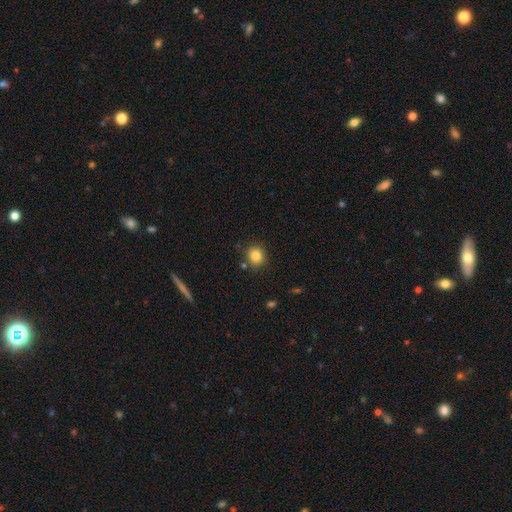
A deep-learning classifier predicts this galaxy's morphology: A smooth galaxy with no disk features (83%) that is round (79%).

Vote fractions:
- Smooth or featured? smooth: 83% / star or artifact: 11% / featured or disk: 6%
- How rounded? round: 79% / in between: 20% / cigar-shaped: 1%
- Merging? none: 82% / minor disturbance: 10% / merger: 5% / major disturbance: 3%